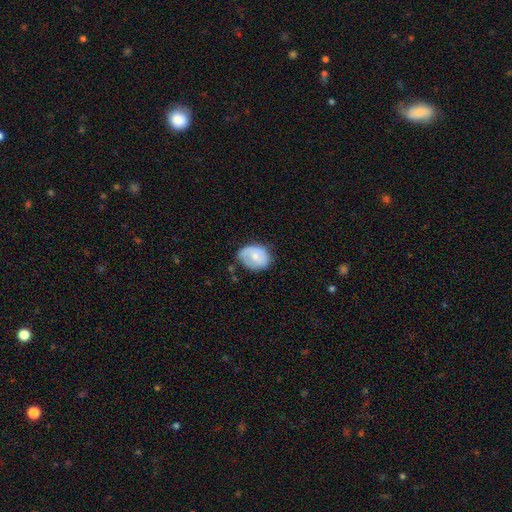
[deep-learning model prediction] Smooth or featured? smooth (53%)
How rounded? in between (53%)
Merging? none (47%)